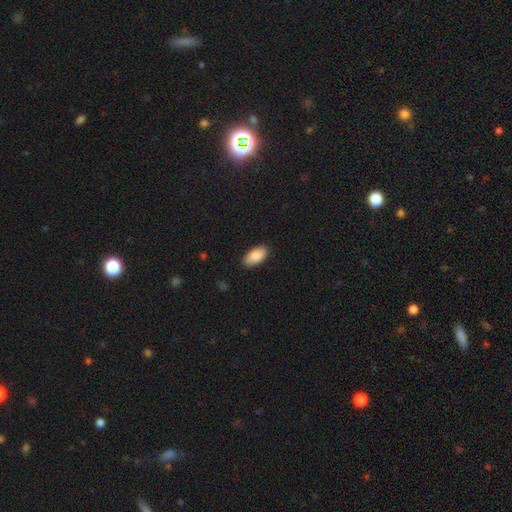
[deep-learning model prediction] smooth-or-featured: smooth: 89% | star or artifact: 6% | featured or disk: 5%
  how-rounded: in between: 94% | cigar-shaped: 3% | round: 2%
  merging: none: 88% | minor disturbance: 9% | major disturbance: 2% | merger: 1%